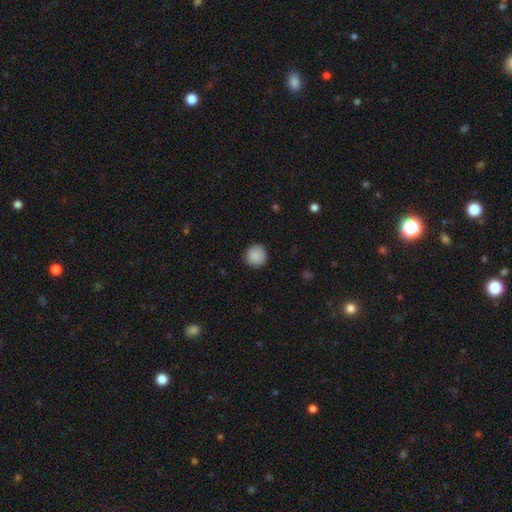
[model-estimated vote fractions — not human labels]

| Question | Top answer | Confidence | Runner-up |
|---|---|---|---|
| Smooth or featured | smooth | 89% | star or artifact (8%) |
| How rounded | round | 95% | in between (4%) |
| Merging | none | 90% | minor disturbance (7%) |